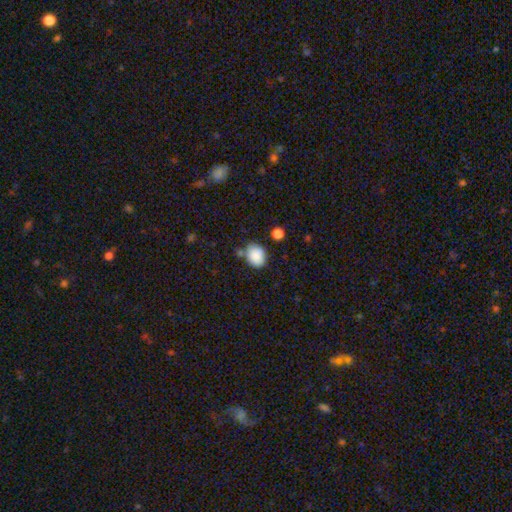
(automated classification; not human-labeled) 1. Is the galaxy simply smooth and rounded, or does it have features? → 87% smooth, 8% star or artifact, 5% featured or disk.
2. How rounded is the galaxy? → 51% round, 48% in between, 1% cigar-shaped.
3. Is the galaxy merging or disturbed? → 69% none, 18% minor disturbance, 9% merger, 4% major disturbance.